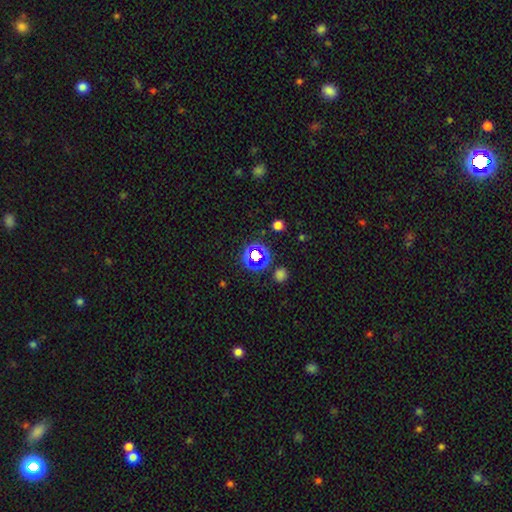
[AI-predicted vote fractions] A star or artifact, not a galaxy (64%).